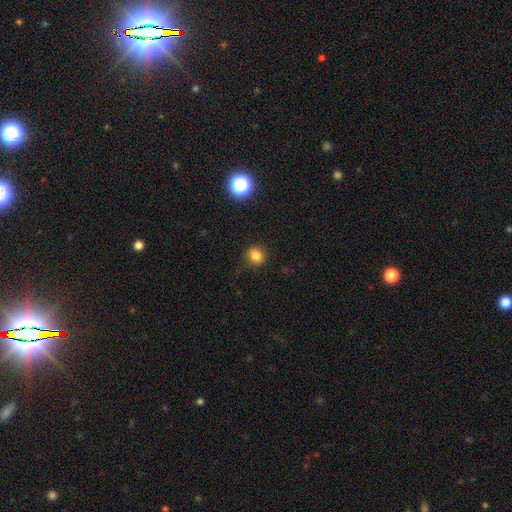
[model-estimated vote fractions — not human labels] Smooth or featured?
  - smooth: 81% *
  - star or artifact: 14%
  - featured or disk: 5%
How rounded?
  - round: 77% *
  - in between: 22%
  - cigar-shaped: 1%
Merging?
  - none: 84% *
  - minor disturbance: 12%
  - major disturbance: 3%
  - merger: 1%